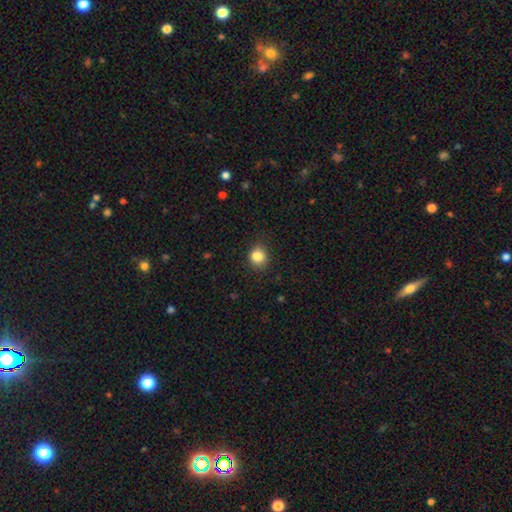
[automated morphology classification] This appears to be a smooth galaxy with no disk features (85%) that is round (73%). Merging: none (81%).